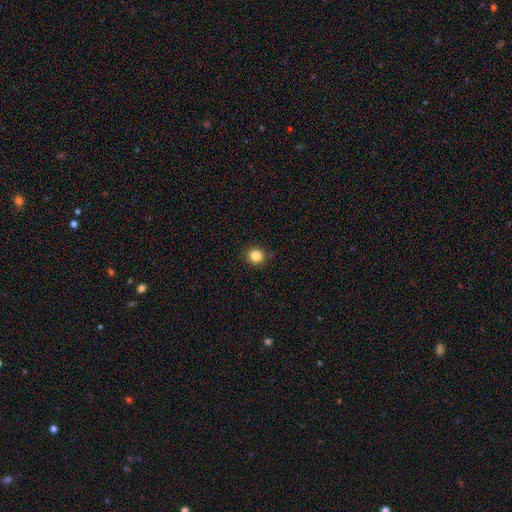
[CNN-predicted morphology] This appears to be a smooth galaxy with no disk features (84%) that is round (86%). Merging: none (88%).